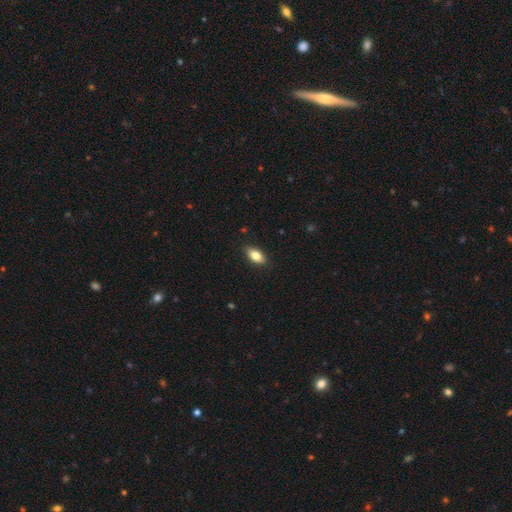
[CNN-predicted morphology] Smooth or featured: smooth — 78% (featured or disk — 14%)
How rounded: in between — 87% (cigar-shaped — 8%)
Merging: none — 87% (minor disturbance — 10%)